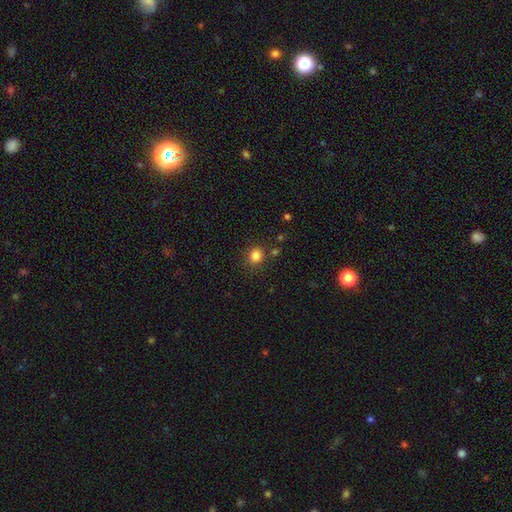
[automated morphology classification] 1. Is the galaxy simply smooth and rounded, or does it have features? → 83% smooth, 13% star or artifact, 5% featured or disk.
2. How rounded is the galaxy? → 78% round, 21% in between, 1% cigar-shaped.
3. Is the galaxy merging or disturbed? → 82% none, 10% minor disturbance, 5% merger, 3% major disturbance.